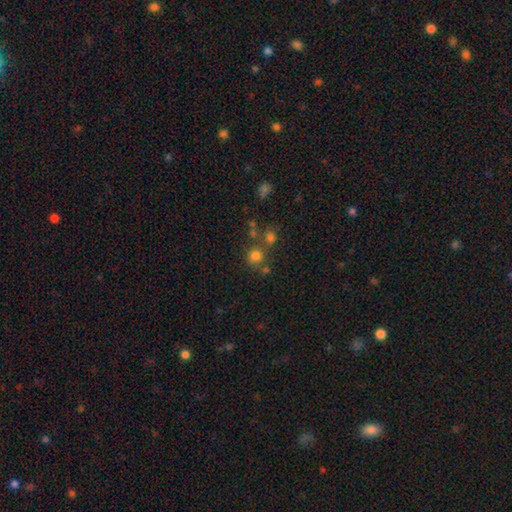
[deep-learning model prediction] Morphology: type=smooth (75%); roundness=round (87%); merging=none (63%).